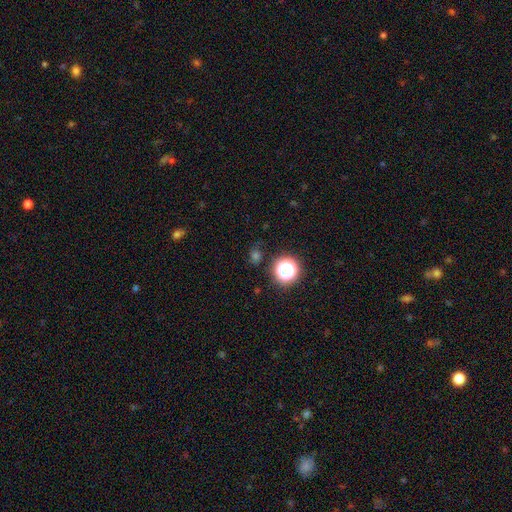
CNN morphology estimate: The model was most divided on "smooth or featured": smooth: 52%, star or artifact: 41%, featured or disk: 7%. More confident: merging — none (78%); how rounded — round (75%).